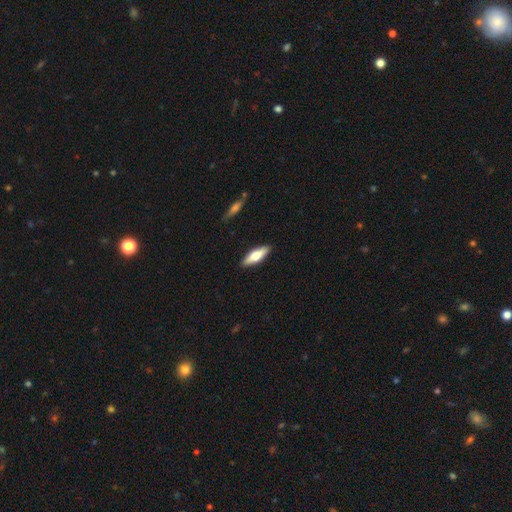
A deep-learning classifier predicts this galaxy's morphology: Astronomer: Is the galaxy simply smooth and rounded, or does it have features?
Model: smooth — 63%.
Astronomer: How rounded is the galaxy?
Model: in between — 49%, tied with cigar-shaped at 49%.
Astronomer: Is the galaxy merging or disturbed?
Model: none — 89%.